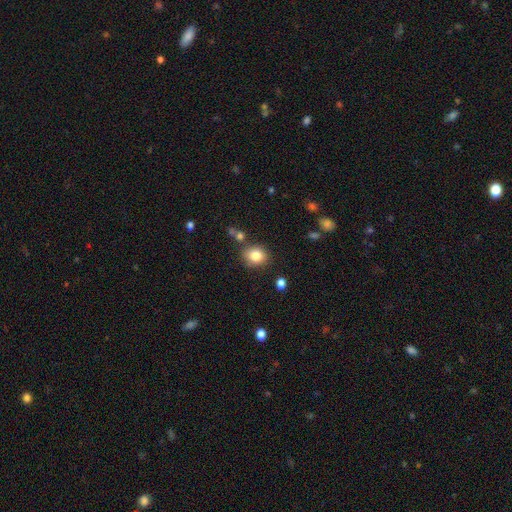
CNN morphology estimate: This is clearly a smooth galaxy (83%). How rounded: likely round (65%). Merging: likely none (78%).